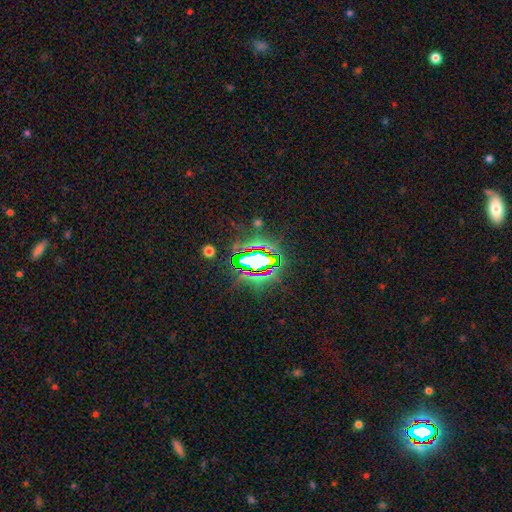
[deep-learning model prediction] Q: Smooth or featured?
A: star or artifact (82%); runner-up: smooth (10%)